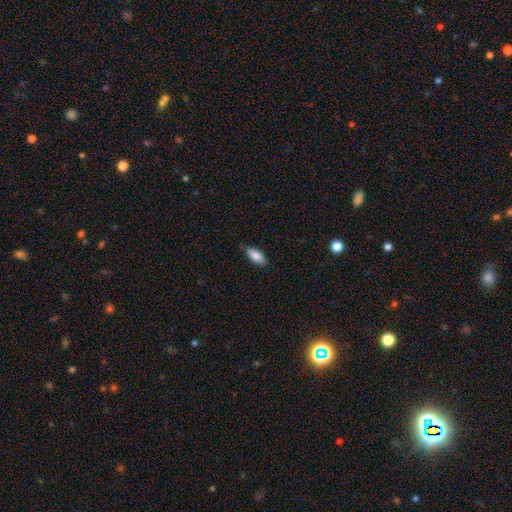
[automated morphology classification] Smooth or featured? Predicted: smooth (p=0.86). How rounded? Predicted: in between (p=0.84). Merging? Predicted: none (p=0.83).